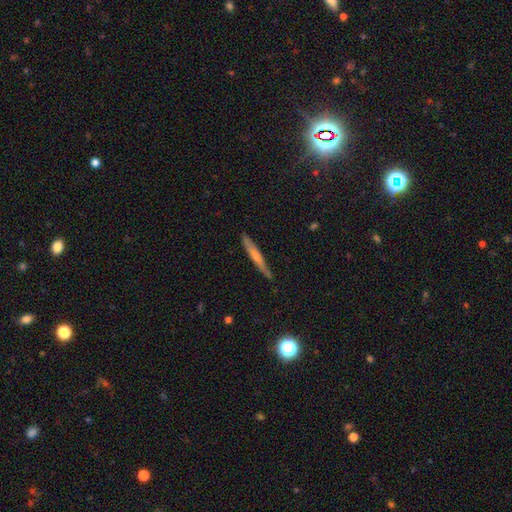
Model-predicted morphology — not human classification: smooth 54%, featured or disk 40%, star or artifact 6%. Down the decision tree: how rounded — cigar-shaped (95%); merging — none (80%).